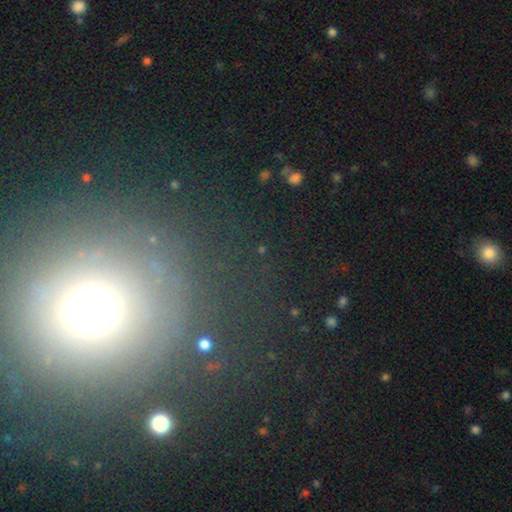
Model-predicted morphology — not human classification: Smooth or featured? star or artifact (40%)